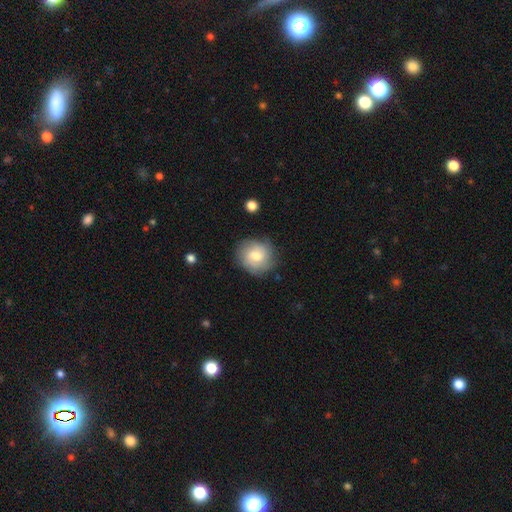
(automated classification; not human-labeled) Smooth or featured? smooth (64%)
How rounded? round (81%)
Merging? none (77%)